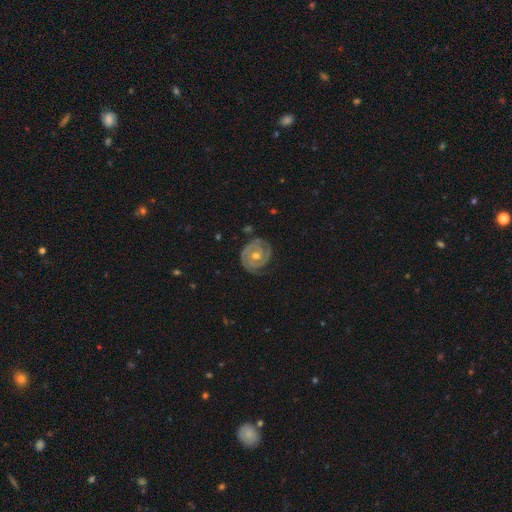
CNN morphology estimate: smooth_or_featured: featured or disk (p=0.86) [alt: smooth p=0.08]
disk_edge_on: no (p=0.98) [alt: yes p=0.02]
bar: no (p=0.71) [alt: weak p=0.22]
has_spiral_arms: yes (p=0.94) [alt: no p=0.06]
spiral_winding: tight (p=0.79) [alt: medium p=0.17]
spiral_arm_count: 2 (p=0.67) [alt: can't tell p=0.12]
bulge_size: moderate (p=0.65) [alt: small p=0.32]
merging: none (p=0.80) [alt: minor disturbance p=0.14]